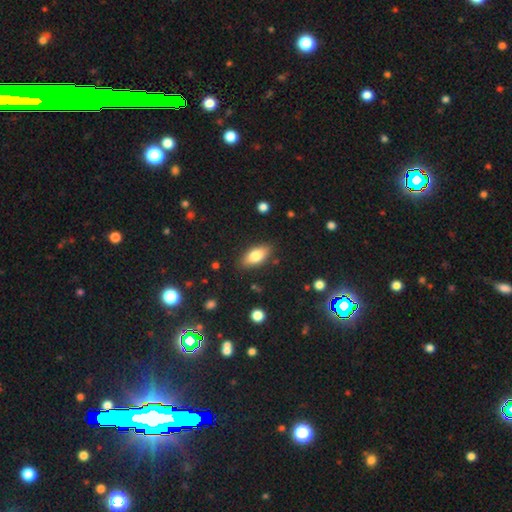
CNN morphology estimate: Smooth or featured: smooth — 78% (featured or disk — 15%)
How rounded: in between — 87% (cigar-shaped — 9%)
Merging: none — 86% (minor disturbance — 11%)